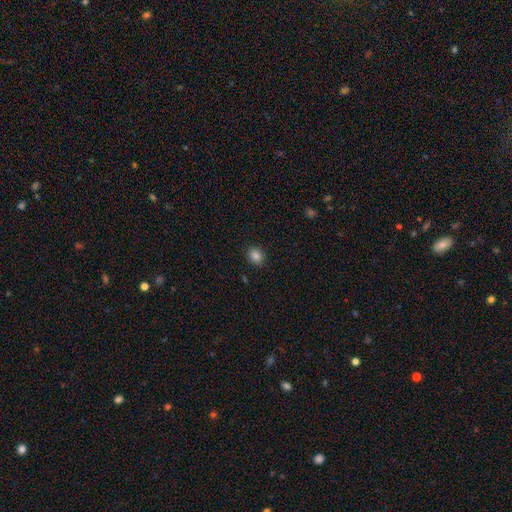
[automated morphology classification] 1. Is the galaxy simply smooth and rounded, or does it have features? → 84% smooth, 11% star or artifact, 5% featured or disk.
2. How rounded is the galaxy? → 56% round, 43% in between, 1% cigar-shaped.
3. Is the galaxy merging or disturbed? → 90% none, 7% minor disturbance, 2% major disturbance, 1% merger.